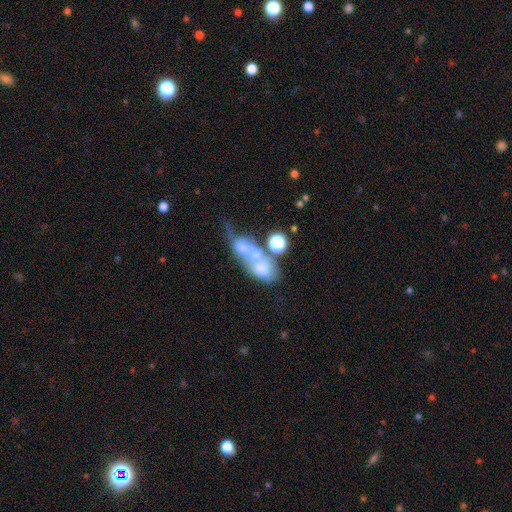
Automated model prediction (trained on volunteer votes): smooth_or_featured: smooth (p=0.46) [alt: featured or disk p=0.38]
merging: merger (p=0.65) [alt: major disturbance p=0.15]